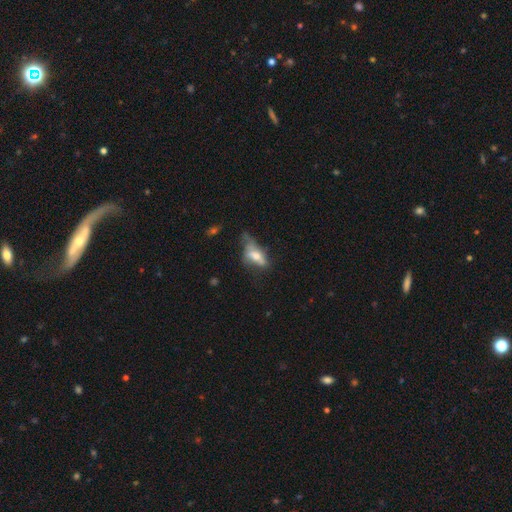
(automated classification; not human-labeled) smooth_or_featured: smooth (p=0.49) [alt: featured or disk p=0.40]
merging: major disturbance (p=0.40) [alt: minor disturbance p=0.27]